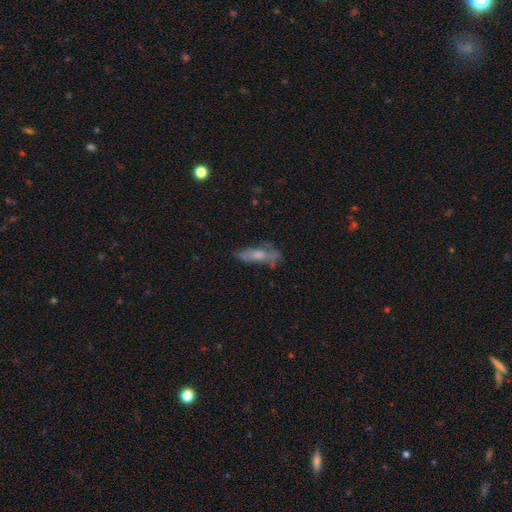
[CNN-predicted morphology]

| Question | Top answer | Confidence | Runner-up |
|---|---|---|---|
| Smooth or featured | featured or disk | 49% | smooth (37%) |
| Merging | none | 56% | minor disturbance (24%) |